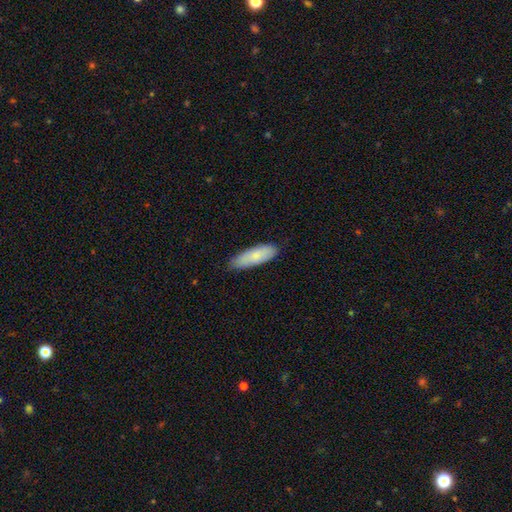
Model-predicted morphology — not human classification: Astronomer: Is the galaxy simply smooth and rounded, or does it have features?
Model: smooth — 81%.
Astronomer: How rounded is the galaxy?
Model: in between — 58% (runner-up: cigar-shaped, 41%).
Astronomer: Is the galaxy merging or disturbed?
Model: none — 79%.